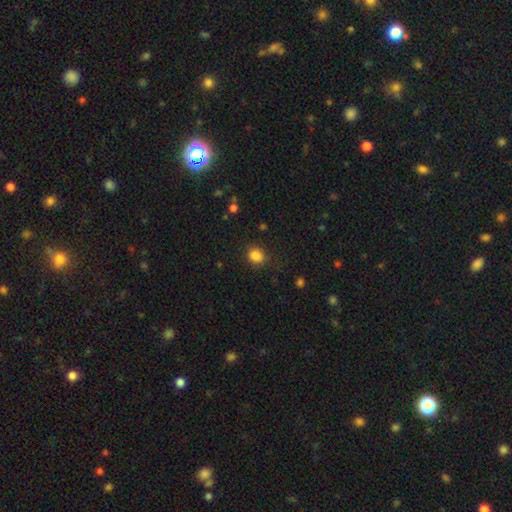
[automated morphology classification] This is clearly a smooth galaxy (85%). How rounded: likely round (68%). Merging: likely none (77%).